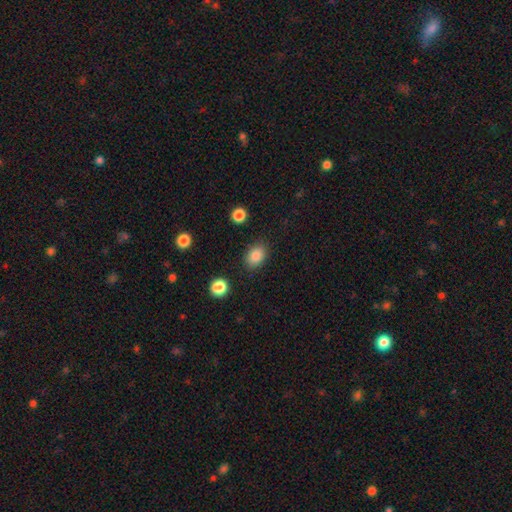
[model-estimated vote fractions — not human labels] smooth 85%, star or artifact 9%, featured or disk 5%. Down the decision tree: how rounded — in between (69%); merging — none (85%).